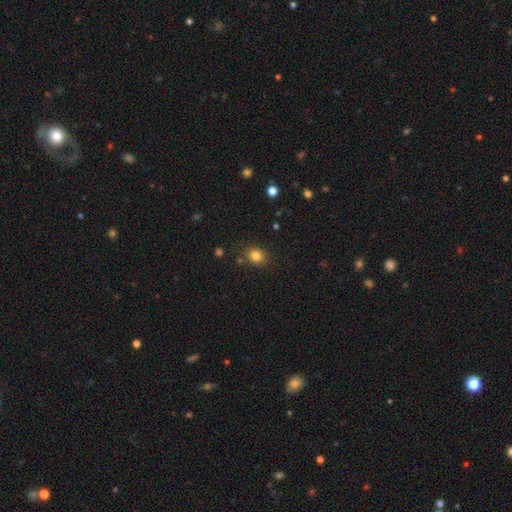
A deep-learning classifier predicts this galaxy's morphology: This appears to be a smooth galaxy with no disk features (82%) that is round (59%). Merging: none (81%).